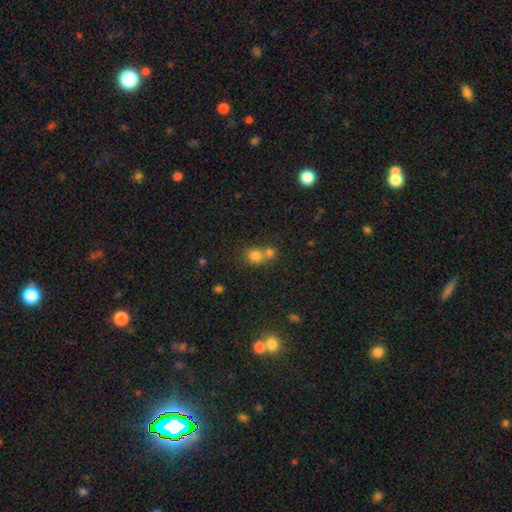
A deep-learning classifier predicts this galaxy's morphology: Smooth or featured? Predicted: smooth (p=0.78). How rounded? Predicted: round (p=0.82). Merging? Predicted: merger (p=0.48).